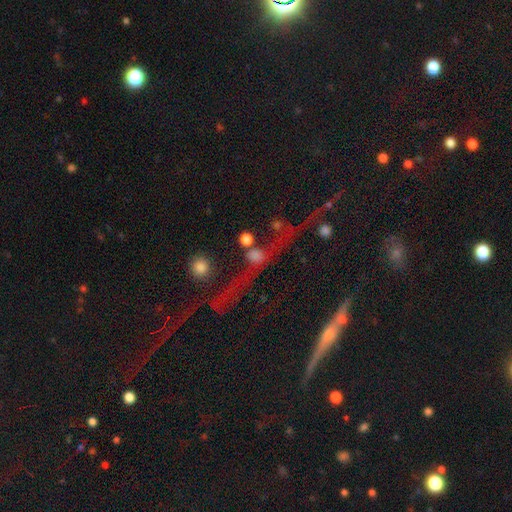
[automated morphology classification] Smooth or featured? smooth (54%)
How rounded? round (72%)
Merging? none (50%)